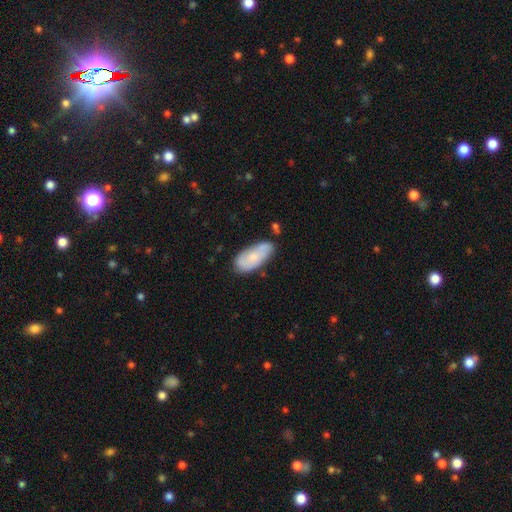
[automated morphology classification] smooth_or_featured: smooth (p=0.68) [alt: featured or disk p=0.26]
how_rounded: in between (p=0.88) [alt: cigar-shaped p=0.10]
merging: none (p=0.64) [alt: minor disturbance p=0.25]